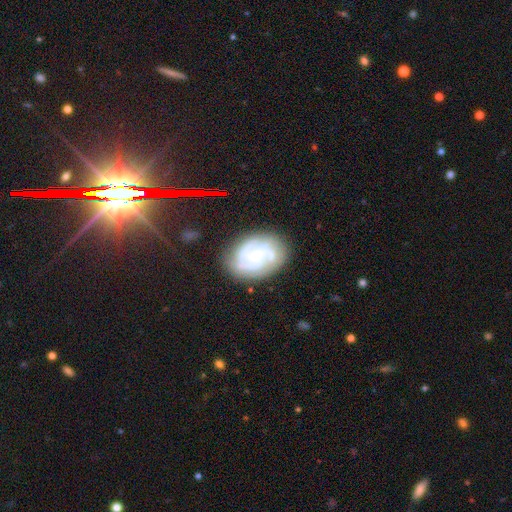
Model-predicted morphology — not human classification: The model was most divided on "spiral arm count": 3: 33%, 2: 25%, can't tell: 23%, 4: 10%, 1: 5%, more than 4: 5%. More confident: edge-on disk — no (98%); spiral arms — yes (94%); smooth or featured — featured or disk (81%); merging — none (73%); bulge size — small (69%); bar — no (66%); spiral winding — tight (59%).